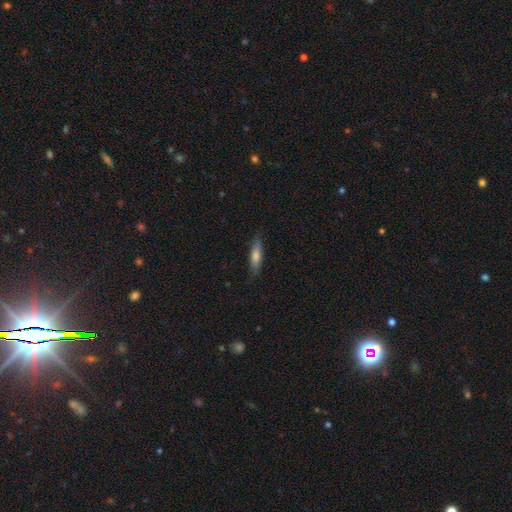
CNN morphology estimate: Smooth or featured? smooth (70%)
How rounded? cigar-shaped (64%)
Merging? none (82%)